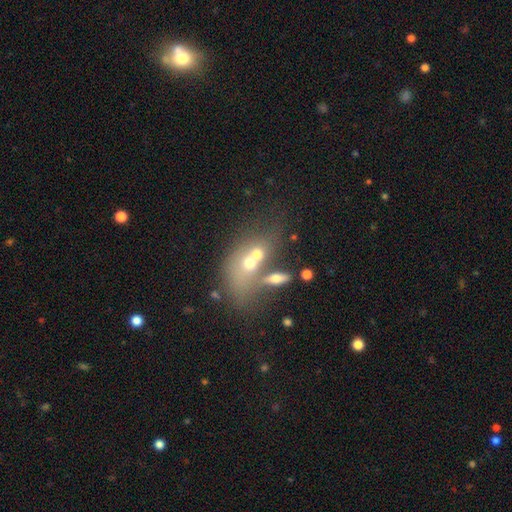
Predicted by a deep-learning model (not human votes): smooth_or_featured: smooth (p=0.51) [alt: featured or disk p=0.35]
how_rounded: in between (p=0.64) [alt: round p=0.31]
merging: merger (p=0.62) [alt: none p=0.22]